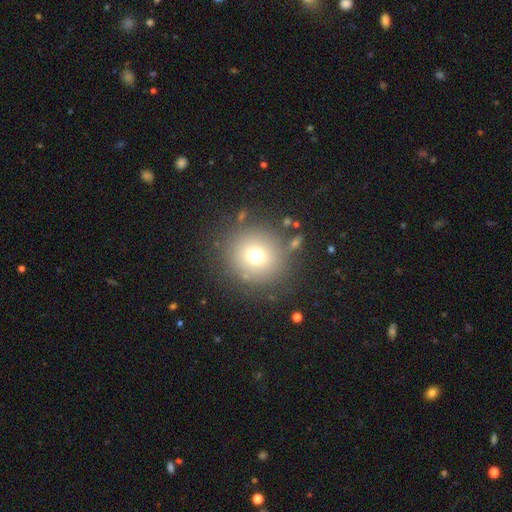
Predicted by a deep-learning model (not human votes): Q: Smooth or featured?
A: smooth (70%); runner-up: star or artifact (17%)
Q: How rounded?
A: round (94%); runner-up: in between (5%)
Q: Merging?
A: none (81%); runner-up: minor disturbance (9%)